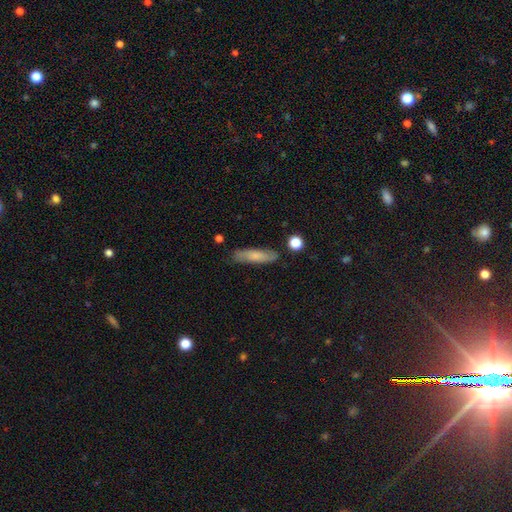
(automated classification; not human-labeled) smooth 68%, featured or disk 25%, star or artifact 7%. Down the decision tree: how rounded — cigar-shaped (70%); merging — none (81%).